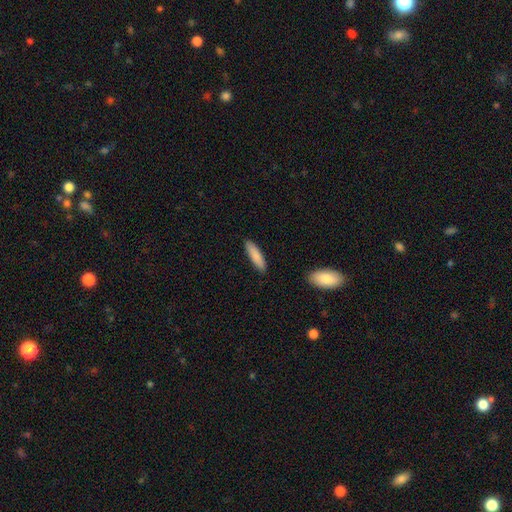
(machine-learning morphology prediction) Smooth or featured? Predicted: smooth (p=0.86). How rounded? Predicted: cigar-shaped (p=0.72). Merging? Predicted: none (p=0.90).